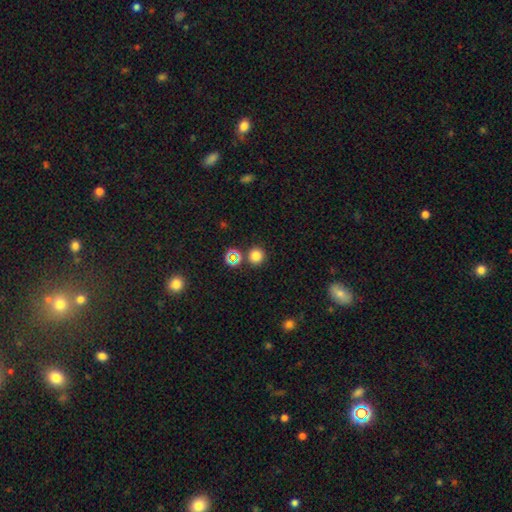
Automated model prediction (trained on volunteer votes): A smooth galaxy with no disk features (77%) that is round (93%). Merging: none (84%).